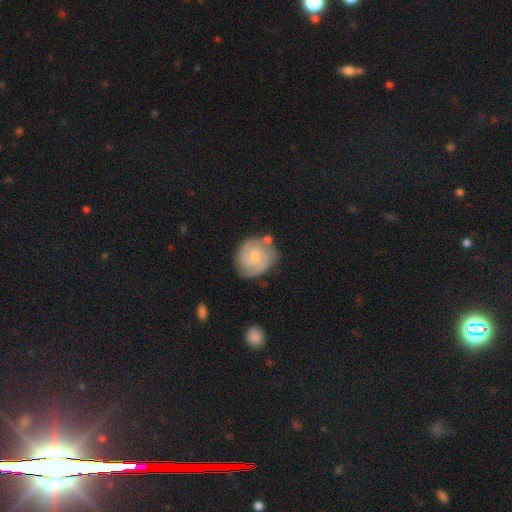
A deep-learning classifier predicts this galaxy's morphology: type=featured or disk (81%); edge-on=no (98%); bar=no (61%); spiral arms=yes (96%); winding=tight (64%); arm count=2 (53%); bulge=small (61%); merging=none (71%).